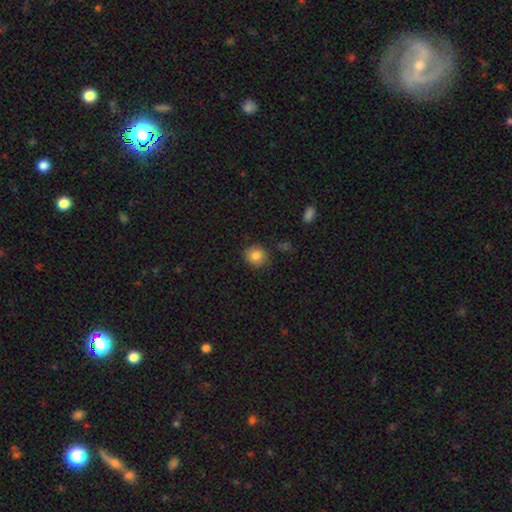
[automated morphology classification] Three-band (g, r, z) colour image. It shows a smooth galaxy with no disk features (83%) that is round (83%). Merging: none (86%).